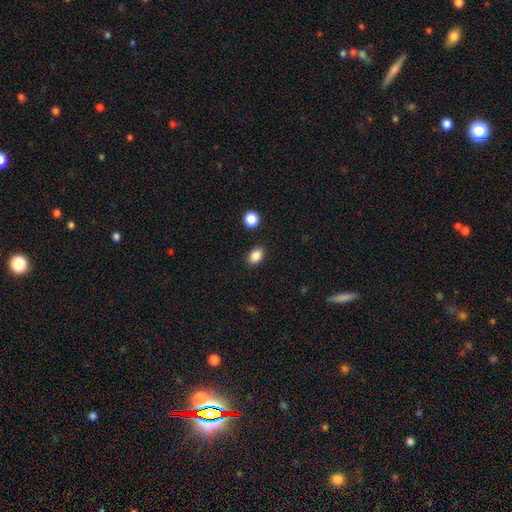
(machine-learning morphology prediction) This is clearly a smooth galaxy (87%). How rounded: likely in between (78%). Merging: clearly none (87%).